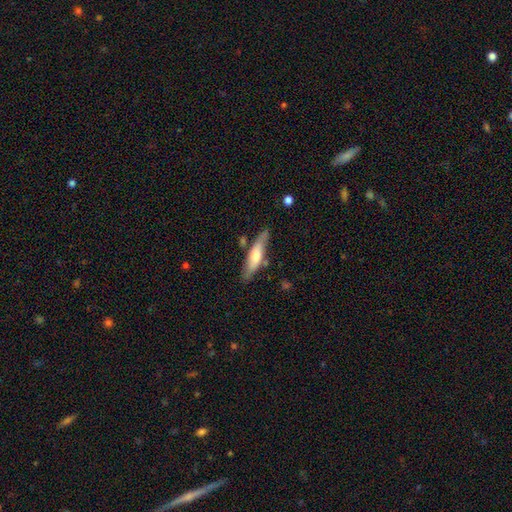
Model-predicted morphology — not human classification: Smooth or featured: smooth — 54% (featured or disk — 40%)
How rounded: cigar-shaped — 73% (in between — 25%)
Merging: none — 73% (minor disturbance — 17%)